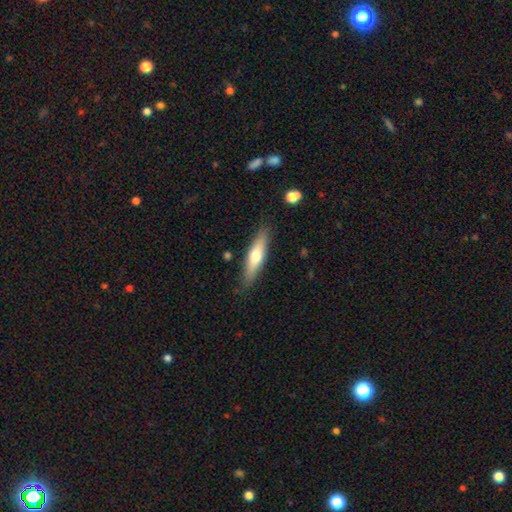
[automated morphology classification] Smooth or featured?
  - smooth: 57% *
  - featured or disk: 38%
  - star or artifact: 6%
How rounded?
  - cigar-shaped: 75% *
  - in between: 24%
  - round: 2%
Merging?
  - none: 85% *
  - minor disturbance: 11%
  - major disturbance: 2%
  - merger: 2%